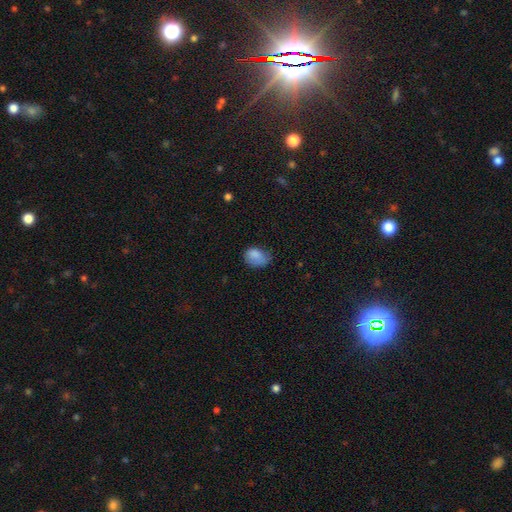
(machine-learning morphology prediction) Smooth or featured?
  - smooth: 80% *
  - featured or disk: 11%
  - star or artifact: 8%
How rounded?
  - in between: 72% *
  - round: 27%
  - cigar-shaped: 1%
Merging?
  - none: 41% *
  - minor disturbance: 38%
  - major disturbance: 19%
  - merger: 2%